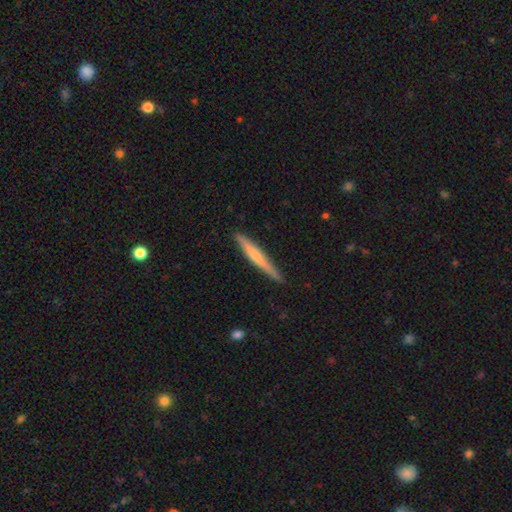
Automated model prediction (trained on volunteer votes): This appears to be a smooth galaxy with no disk features (50%) that is cigar-shaped (96%). Merging: none (87%).